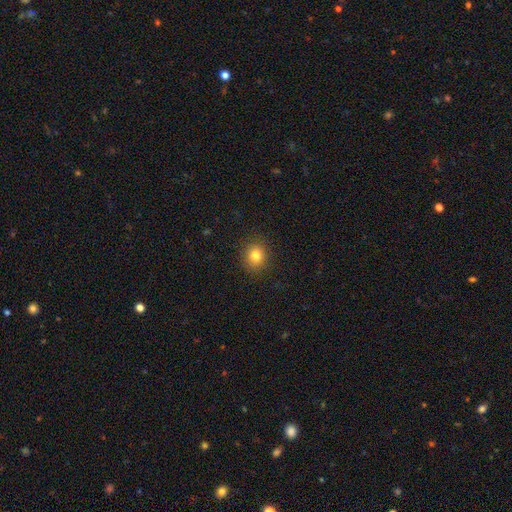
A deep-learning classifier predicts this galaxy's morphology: smooth 81%, star or artifact 12%, featured or disk 7%. Down the decision tree: how rounded — round (80%); merging — none (89%).